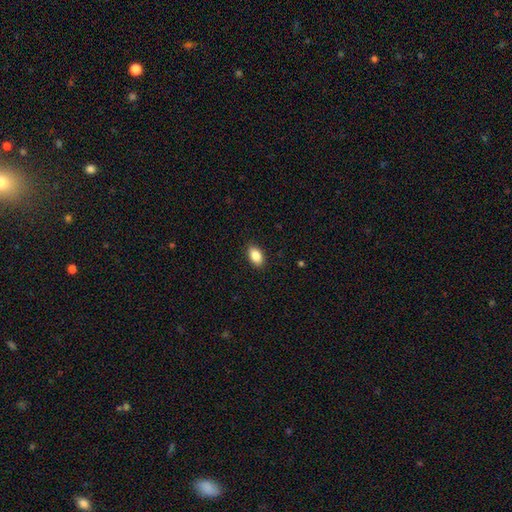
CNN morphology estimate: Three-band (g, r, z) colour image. It shows a smooth galaxy with no disk features (87%) that is in between round and cigar-shaped (92%). Merging: none (89%).